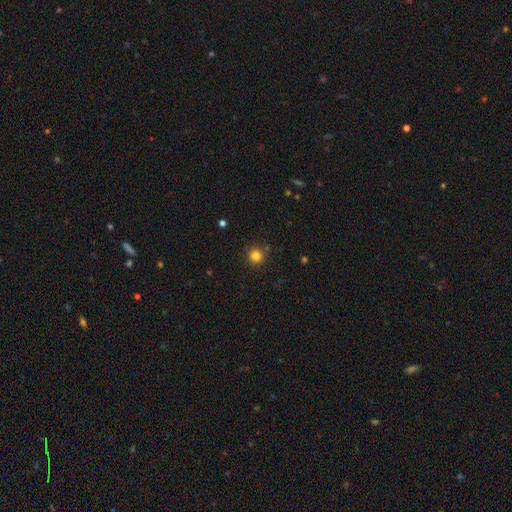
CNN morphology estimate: A smooth galaxy with no disk features (82%) that is round (95%). Merging: none (87%).